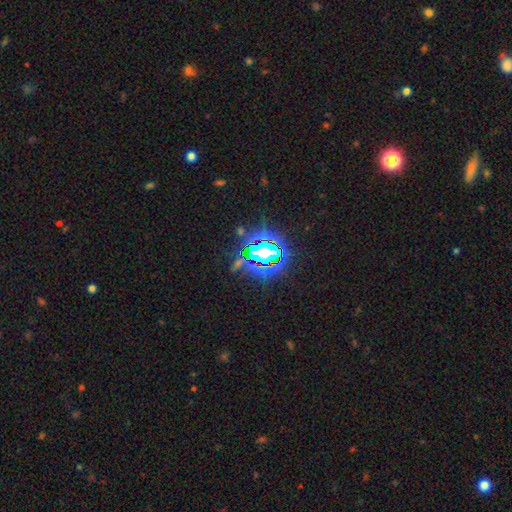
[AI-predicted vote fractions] Smooth or featured: star or artifact — 82% (smooth — 11%)